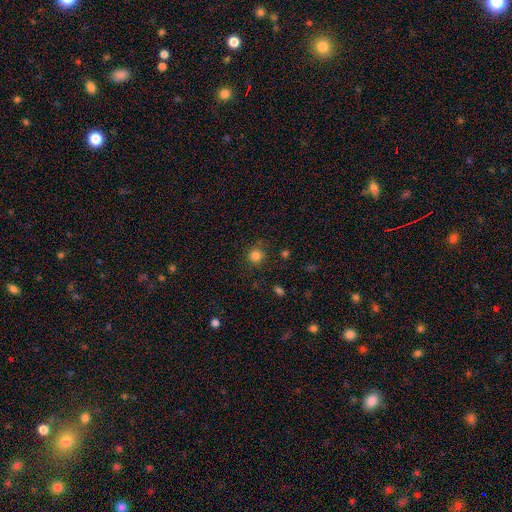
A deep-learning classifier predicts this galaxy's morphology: This is clearly a smooth galaxy (82%). How rounded: clearly round (93%). Merging: clearly none (84%).